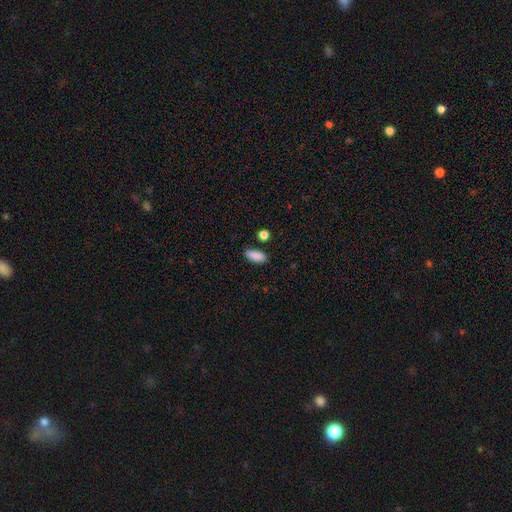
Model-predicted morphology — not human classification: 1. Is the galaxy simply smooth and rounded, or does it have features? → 89% smooth, 7% star or artifact, 4% featured or disk.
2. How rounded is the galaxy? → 81% in between, 16% cigar-shaped, 3% round.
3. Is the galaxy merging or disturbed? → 84% none, 10% minor disturbance, 3% merger, 2% major disturbance.